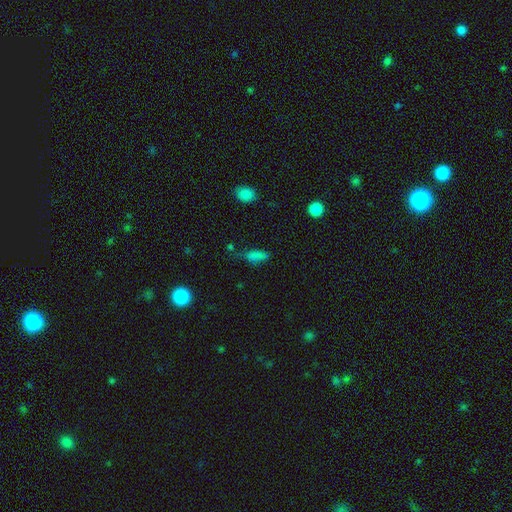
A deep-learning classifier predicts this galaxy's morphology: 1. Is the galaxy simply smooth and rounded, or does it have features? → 73% smooth, 19% star or artifact, 9% featured or disk.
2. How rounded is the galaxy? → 71% in between, 24% cigar-shaped, 5% round.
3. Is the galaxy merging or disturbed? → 47% none, 31% minor disturbance, 14% major disturbance, 8% merger.